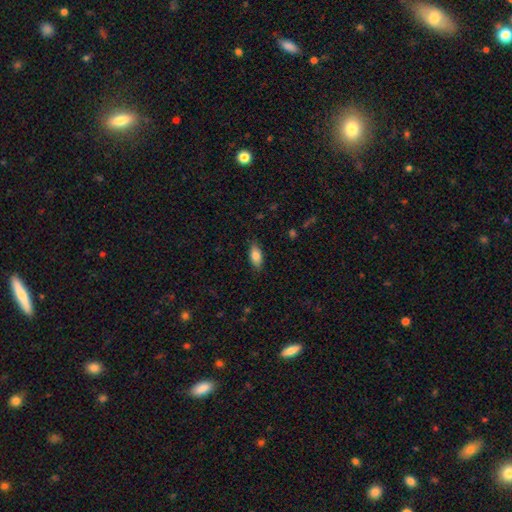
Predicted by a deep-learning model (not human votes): smooth-or-featured: smooth: 81% | featured or disk: 12% | star or artifact: 7%
  how-rounded: in between: 84% | cigar-shaped: 12% | round: 3%
  merging: none: 83% | minor disturbance: 13% | major disturbance: 3% | merger: 1%